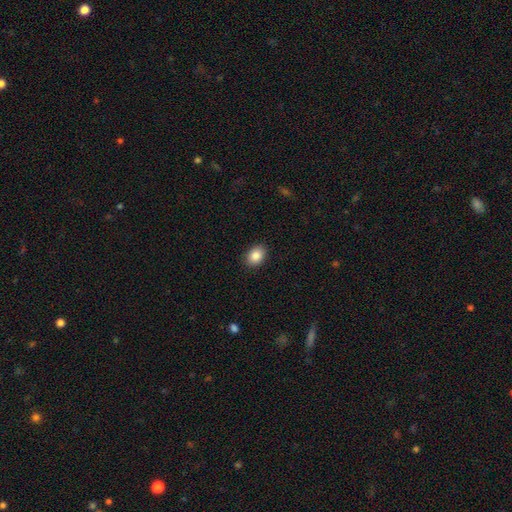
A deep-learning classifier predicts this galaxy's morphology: Q: Smooth or featured?
A: smooth (87%); runner-up: star or artifact (8%)
Q: How rounded?
A: in between (70%); runner-up: round (29%)
Q: Merging?
A: none (89%); runner-up: minor disturbance (8%)